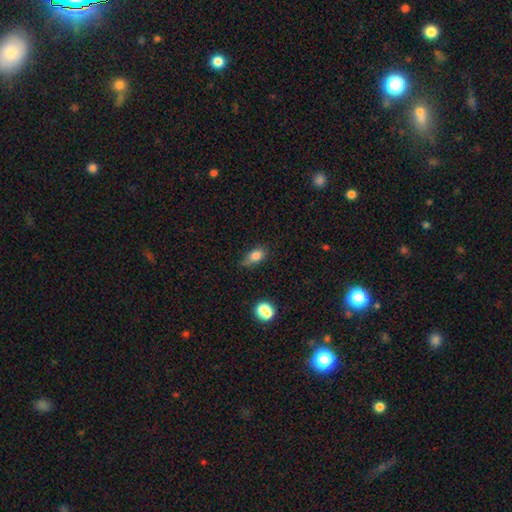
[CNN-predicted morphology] type=smooth (80%); roundness=in between (77%); merging=none (54%).